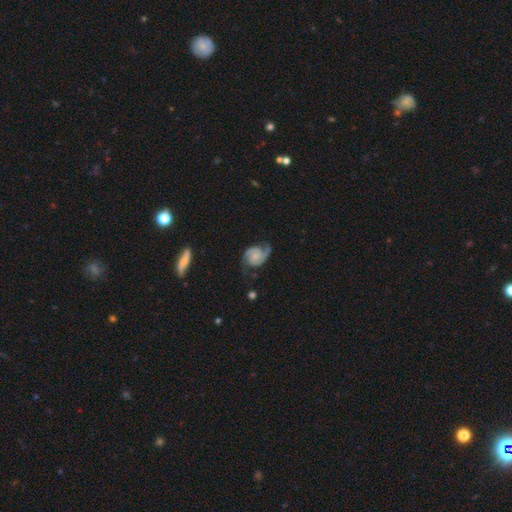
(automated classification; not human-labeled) Overall: featured or disk (87%). Edge-on disk: no (98%). Bar: no (66%; weak 28%). Spiral arms: yes (98%). Spiral arm count: 2 (92%). Spiral winding: medium (50%; tight 33%). Bulge size: small (40%; none 35%). Merging: none (70%).